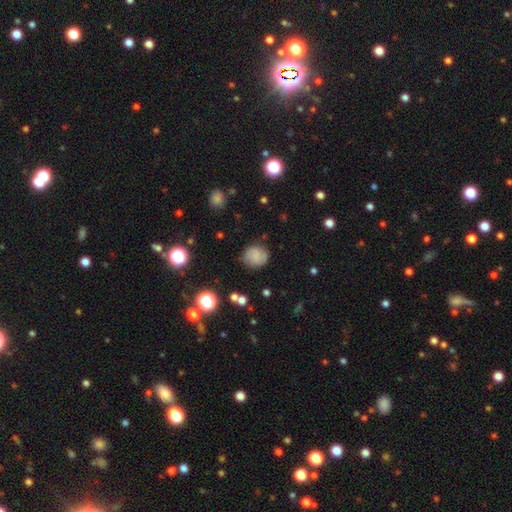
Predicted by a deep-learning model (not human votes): smooth_or_featured: smooth (p=0.74) [alt: featured or disk p=0.15]
how_rounded: round (p=0.84) [alt: in between p=0.15]
merging: none (p=0.79) [alt: minor disturbance p=0.15]